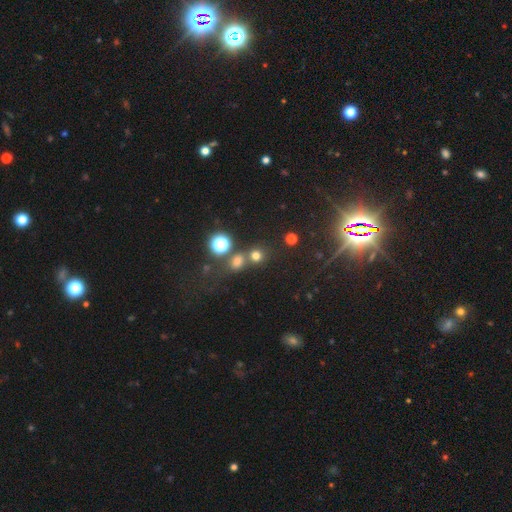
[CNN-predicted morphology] Smooth or featured? smooth (67%)
How rounded? round (82%)
Merging? none (62%)